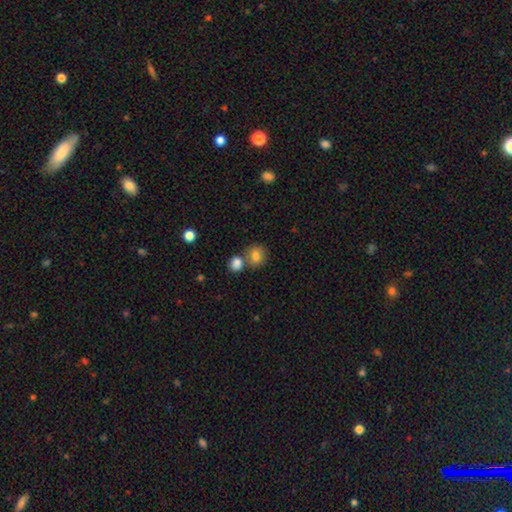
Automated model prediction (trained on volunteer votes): Smooth or featured? Predicted: smooth (p=0.81). How rounded? Predicted: round (p=0.75). Merging? Predicted: none (p=0.55).